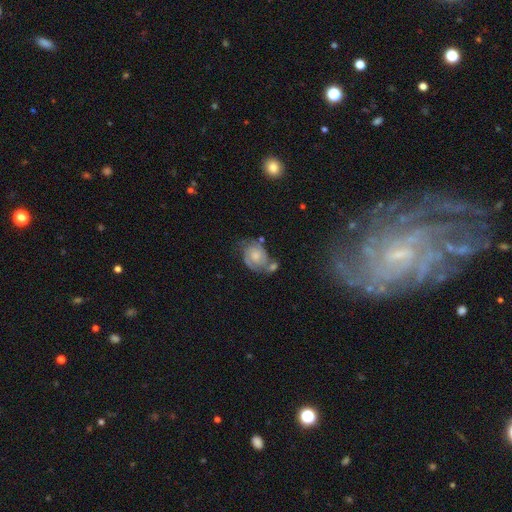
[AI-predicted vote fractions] smooth_or_featured: featured or disk (p=0.76) [alt: smooth p=0.17]
disk_edge_on: no (p=0.97) [alt: yes p=0.03]
bar: no (p=0.70) [alt: weak p=0.26]
has_spiral_arms: yes (p=0.93) [alt: no p=0.07]
spiral_winding: tight (p=0.52) [alt: medium p=0.37]
spiral_arm_count: 2 (p=0.75) [alt: can't tell p=0.12]
bulge_size: moderate (p=0.41) [alt: small p=0.39]
merging: none (p=0.44) [alt: merger p=0.23]